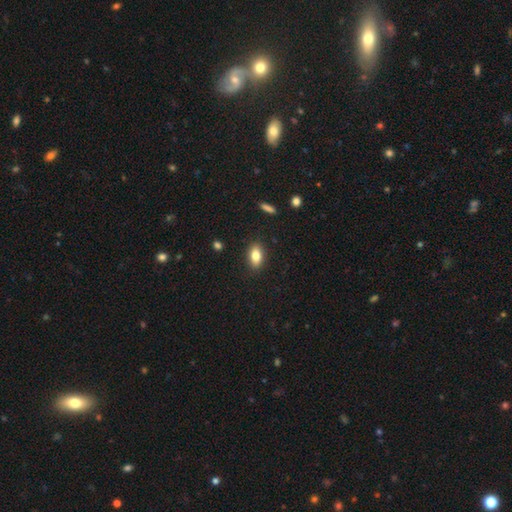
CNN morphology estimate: Smooth or featured?
  - smooth: 80% *
  - featured or disk: 12%
  - star or artifact: 8%
How rounded?
  - in between: 85% *
  - round: 8%
  - cigar-shaped: 7%
Merging?
  - none: 87% *
  - minor disturbance: 9%
  - major disturbance: 2%
  - merger: 1%